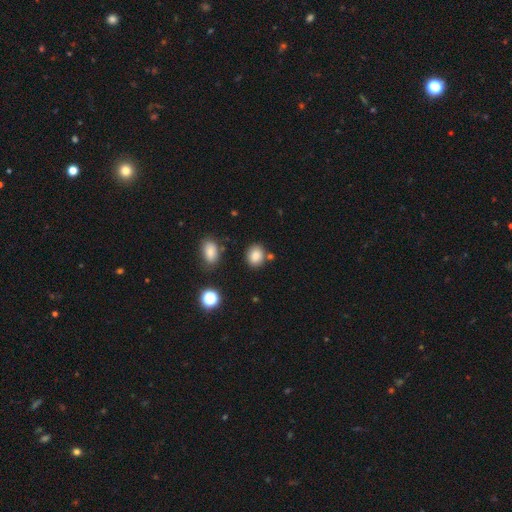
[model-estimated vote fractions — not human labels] This appears to be a smooth galaxy with no disk features (84%) that is round (55%). Merging: none (77%).